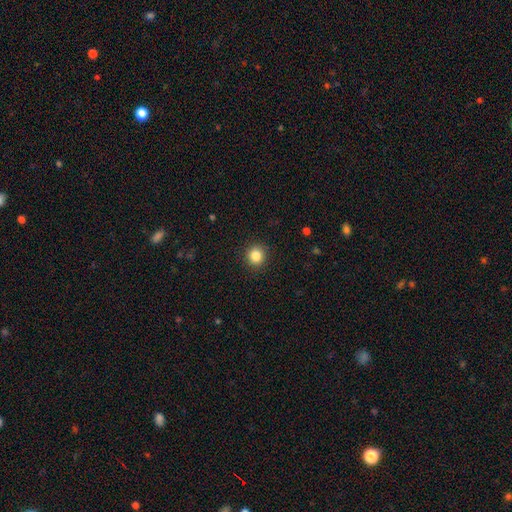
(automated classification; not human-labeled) This is clearly a smooth galaxy (85%). How rounded: clearly round (91%). Merging: clearly none (91%).